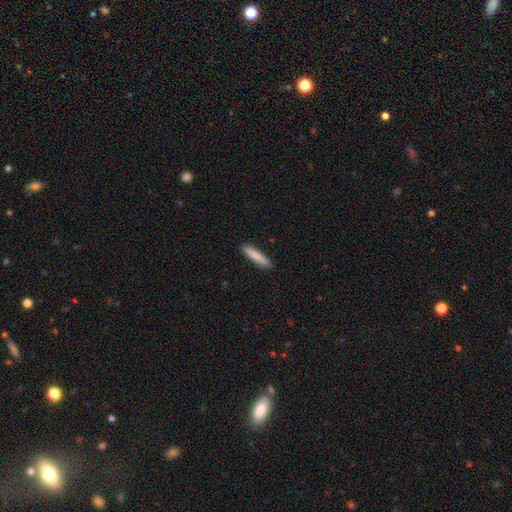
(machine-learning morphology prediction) Overall: smooth (84%). How rounded: cigar-shaped (89%). Merging: none (90%).